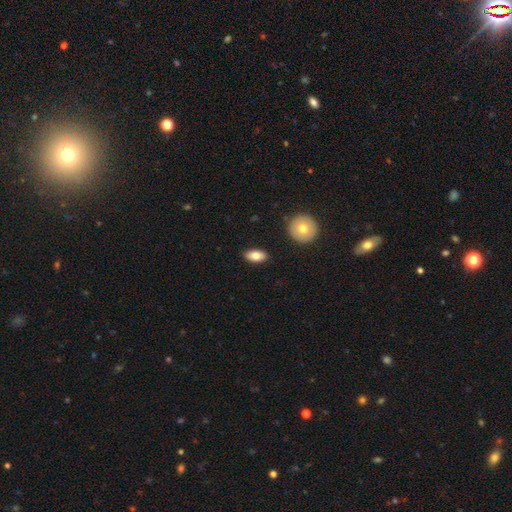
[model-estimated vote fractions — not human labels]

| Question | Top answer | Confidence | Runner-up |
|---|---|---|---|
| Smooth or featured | smooth | 79% | featured or disk (15%) |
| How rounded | in between | 89% | cigar-shaped (6%) |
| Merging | none | 89% | minor disturbance (8%) |